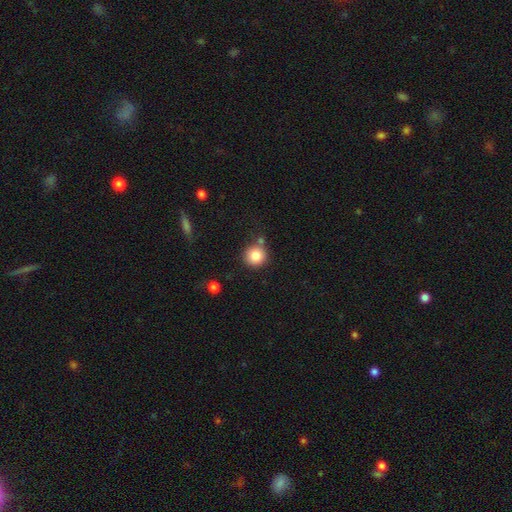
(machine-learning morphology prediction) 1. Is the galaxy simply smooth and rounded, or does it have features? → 83% smooth, 10% star or artifact, 7% featured or disk.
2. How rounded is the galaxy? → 93% round, 6% in between, 1% cigar-shaped.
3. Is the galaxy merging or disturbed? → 76% none, 11% merger, 10% minor disturbance, 3% major disturbance.